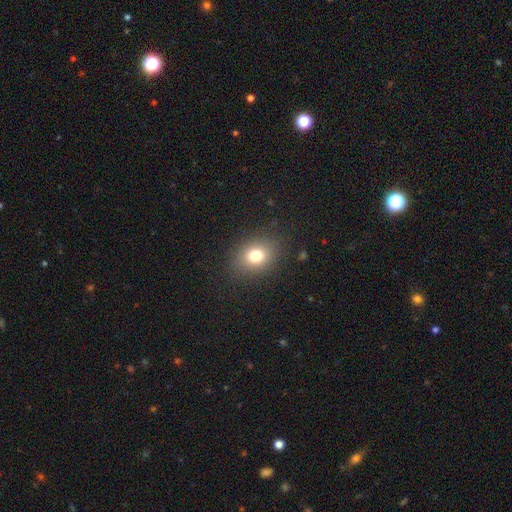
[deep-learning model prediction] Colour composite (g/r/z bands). It shows a smooth galaxy with no disk features (76%) that is in between round and cigar-shaped (55%). Merging: none (86%).